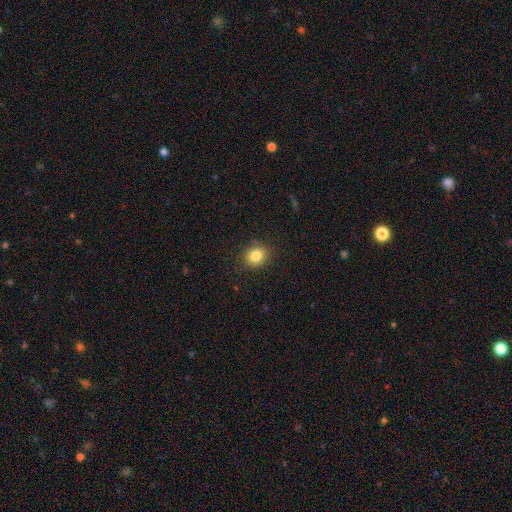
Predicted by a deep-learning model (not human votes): This is clearly a smooth galaxy (84%). How rounded: likely round (77%). Merging: clearly none (88%).